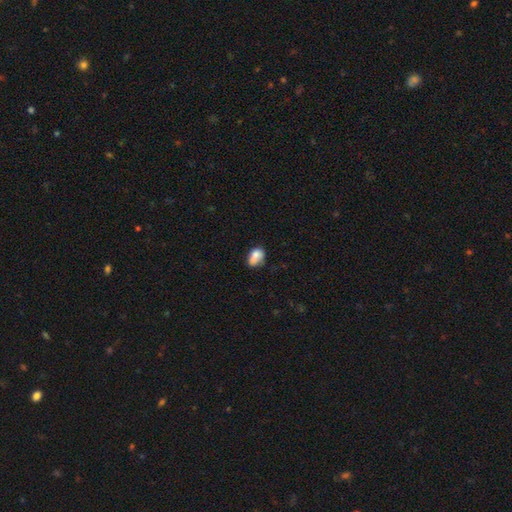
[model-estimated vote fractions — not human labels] Overall: smooth (75%). How rounded: in between (79%). Merging: none (43%; minor disturbance 31%).